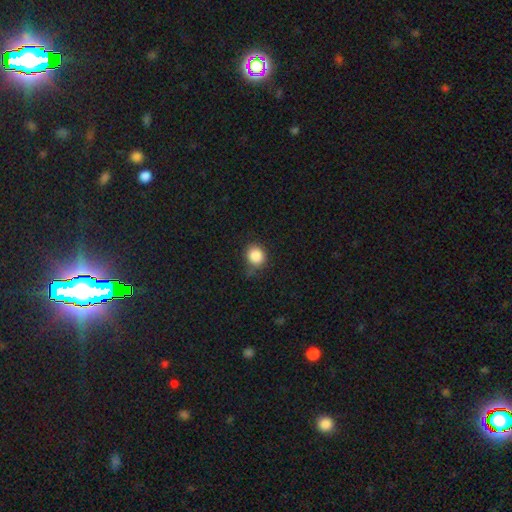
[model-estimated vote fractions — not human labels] Morphology: type=smooth (86%); roundness=round (83%); merging=none (71%).